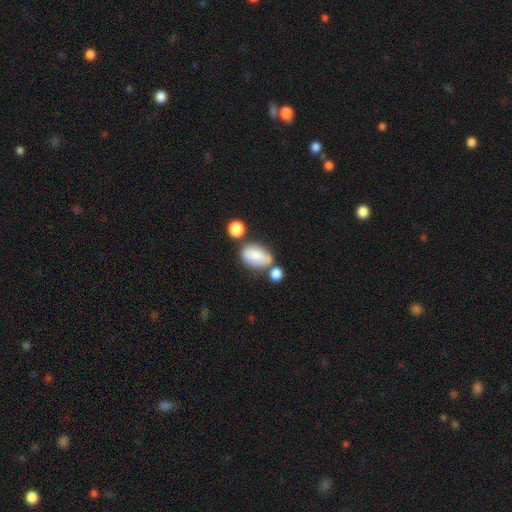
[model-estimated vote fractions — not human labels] smooth 77%, featured or disk 15%, star or artifact 8%. Down the decision tree: how rounded — in between (86%); merging — none (49%).